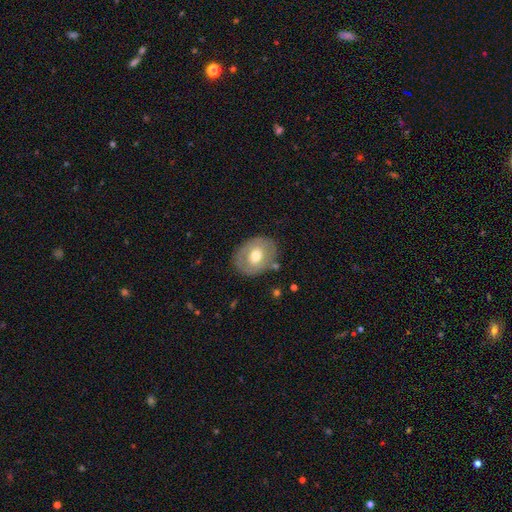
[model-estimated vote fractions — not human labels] Overall: smooth (58%; featured or disk 35%). How rounded: in between (56%; round 43%). Merging: none (77%).